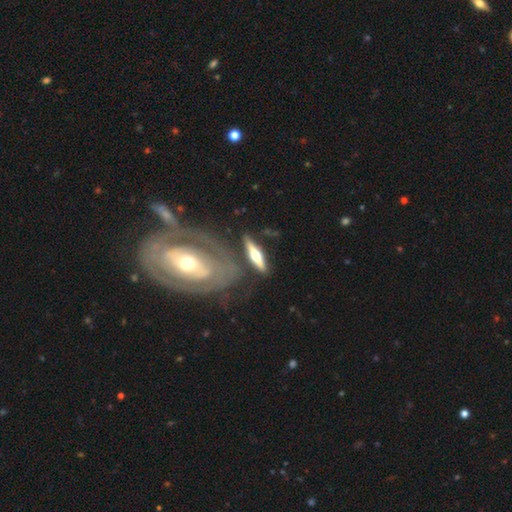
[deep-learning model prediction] The model was most divided on "smooth or featured": featured or disk: 61%, smooth: 34%, star or artifact: 5%. More confident: edge-on bulge — rounded (92%); edge-on disk — yes (88%); merging — none (68%).